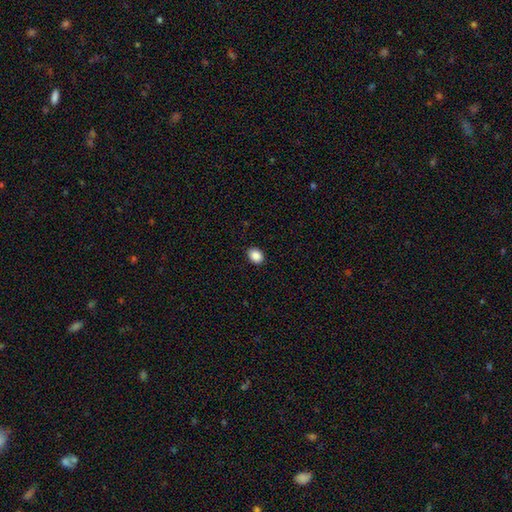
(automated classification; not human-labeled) This is clearly a smooth galaxy (89%). How rounded: likely in between (63%). Merging: clearly none (89%).